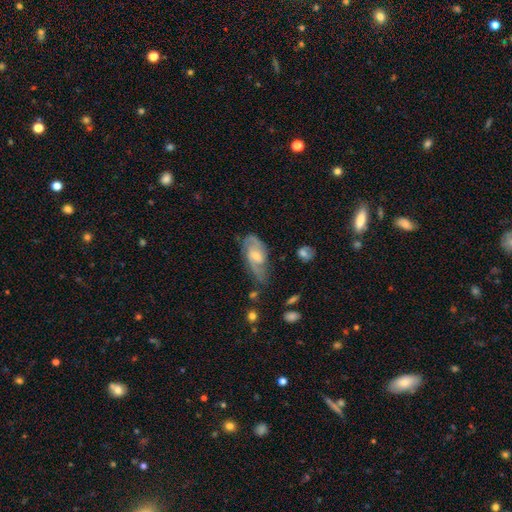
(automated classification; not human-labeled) A featured or disk galaxy (73%) with no bar (47%), 2 (69%) medium (47%) spiral arms (90%) and a moderate central bulge (50%). Merging: none (56%).